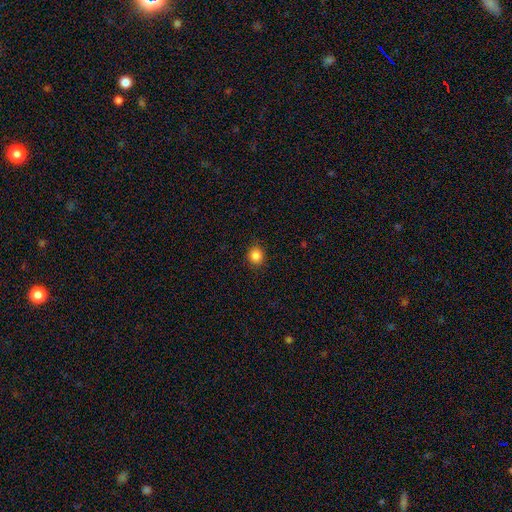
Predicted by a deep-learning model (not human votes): Q: Smooth or featured?
A: smooth (85%); runner-up: star or artifact (11%)
Q: How rounded?
A: round (83%); runner-up: in between (16%)
Q: Merging?
A: none (89%); runner-up: minor disturbance (8%)